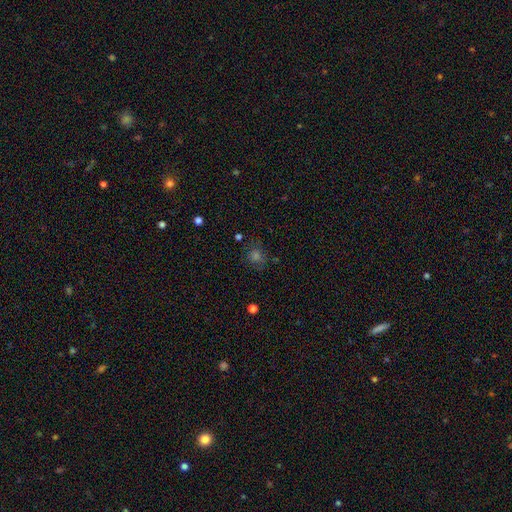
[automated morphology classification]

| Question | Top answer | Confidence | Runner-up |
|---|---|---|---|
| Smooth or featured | smooth | 51% | star or artifact (33%) |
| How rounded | round | 83% | in between (16%) |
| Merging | none | 78% | minor disturbance (13%) |